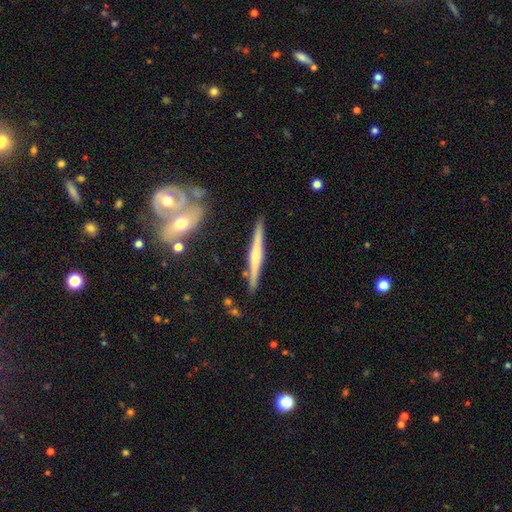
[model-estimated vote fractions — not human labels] Smooth or featured? Predicted: featured or disk (p=0.67). Edge-on disk? Predicted: yes (p=0.97). Edge-on bulge? Predicted: rounded (p=0.62). Merging? Predicted: none (p=0.88).